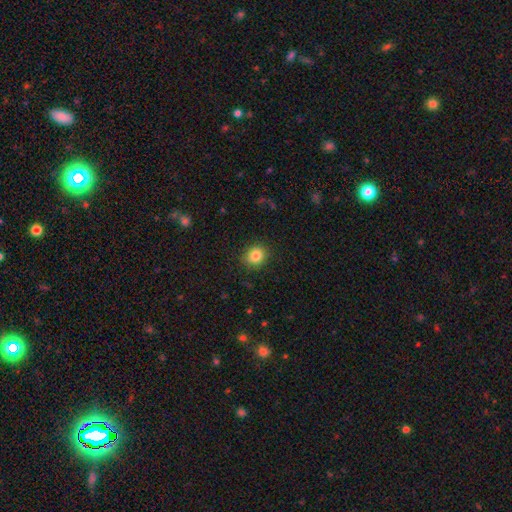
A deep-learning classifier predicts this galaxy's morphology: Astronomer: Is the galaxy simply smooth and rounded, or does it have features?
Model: smooth — 84%.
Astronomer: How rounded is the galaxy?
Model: round — 76%.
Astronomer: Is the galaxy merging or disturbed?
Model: none — 88%.